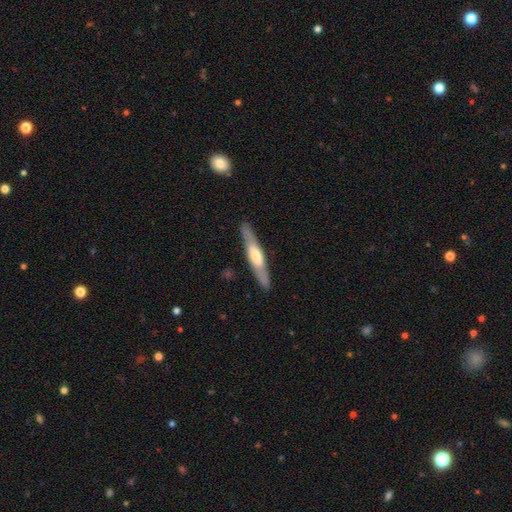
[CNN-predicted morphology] type=featured or disk (55%); edge-on=yes (86%); merging=none (89%).